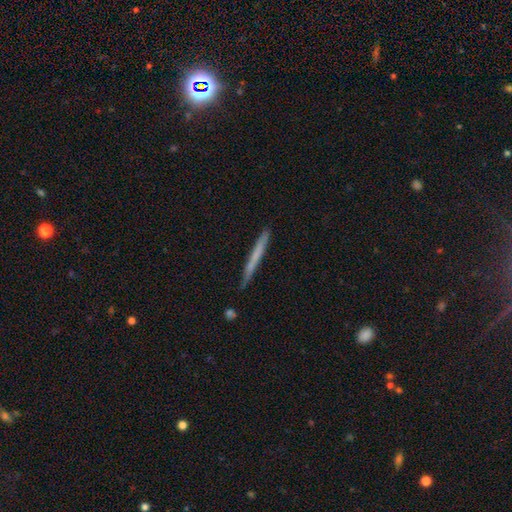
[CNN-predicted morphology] smooth_or_featured: smooth (p=0.56) [alt: featured or disk p=0.38]
how_rounded: cigar-shaped (p=0.97) [alt: in between p=0.02]
merging: none (p=0.86) [alt: minor disturbance p=0.11]